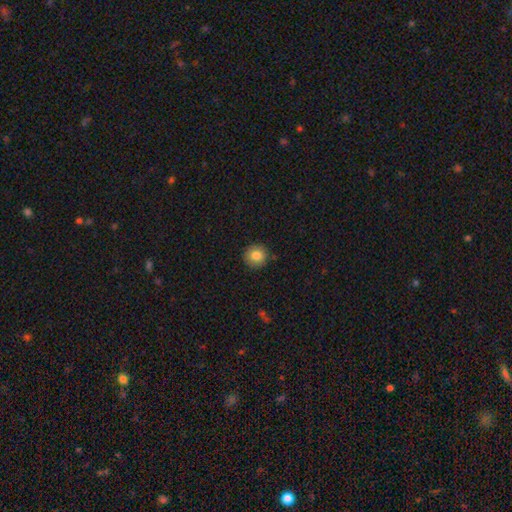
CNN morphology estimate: Q: Smooth or featured?
A: smooth (82%); runner-up: star or artifact (9%)
Q: How rounded?
A: round (93%); runner-up: in between (6%)
Q: Merging?
A: none (90%); runner-up: minor disturbance (7%)